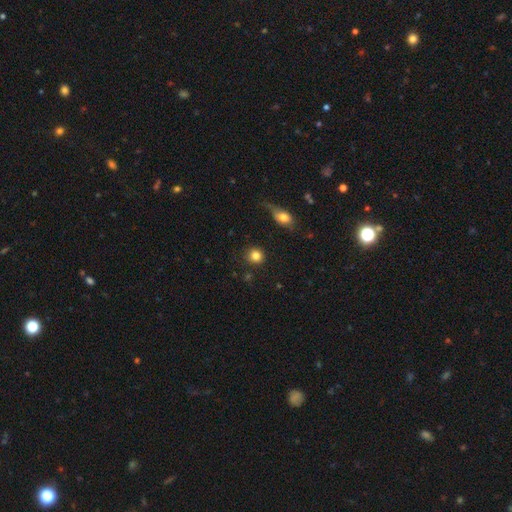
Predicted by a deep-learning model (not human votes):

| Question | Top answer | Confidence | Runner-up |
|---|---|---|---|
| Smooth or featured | smooth | 83% | star or artifact (11%) |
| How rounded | round | 88% | in between (11%) |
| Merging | none | 86% | minor disturbance (8%) |